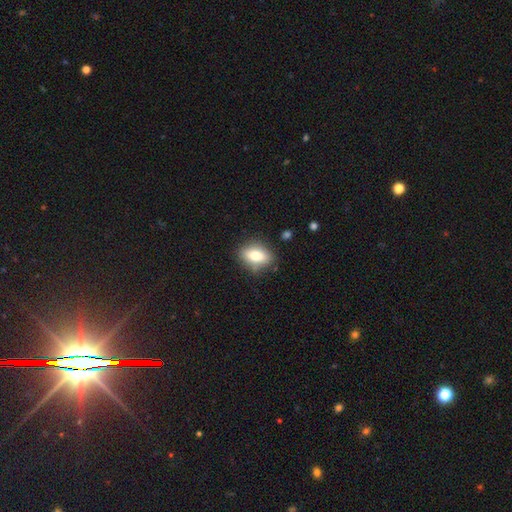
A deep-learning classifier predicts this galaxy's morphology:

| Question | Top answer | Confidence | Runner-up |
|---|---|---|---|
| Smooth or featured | smooth | 76% | featured or disk (16%) |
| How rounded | in between | 78% | round (17%) |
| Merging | none | 82% | minor disturbance (12%) |